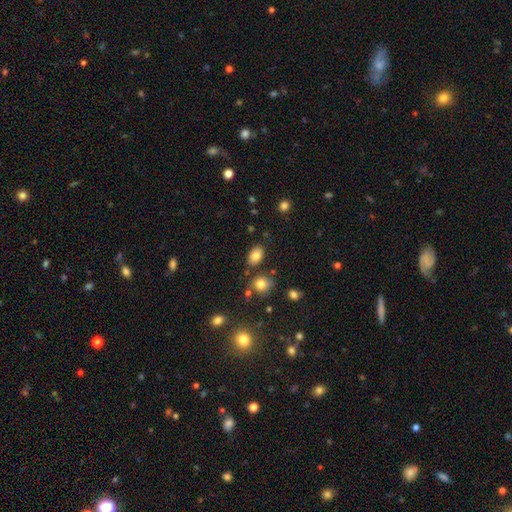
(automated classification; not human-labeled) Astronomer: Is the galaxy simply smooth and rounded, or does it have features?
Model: smooth — 82%.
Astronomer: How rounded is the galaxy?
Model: in between — 86%.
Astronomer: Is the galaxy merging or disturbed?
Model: none — 79%.